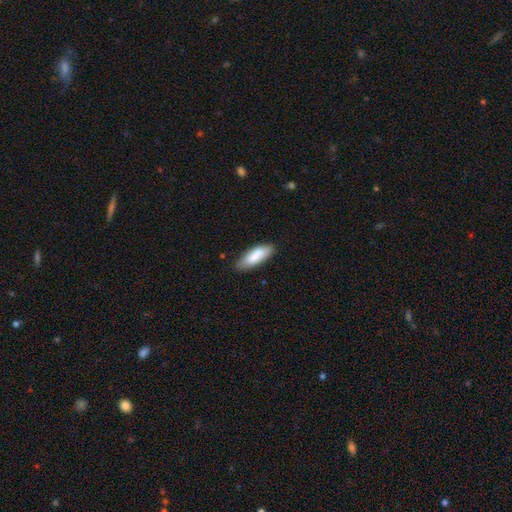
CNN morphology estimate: smooth-or-featured: smooth: 83% | featured or disk: 11% | star or artifact: 6%
  how-rounded: in between: 63% | cigar-shaped: 35% | round: 2%
  merging: none: 78% | minor disturbance: 18% | major disturbance: 3% | merger: 2%